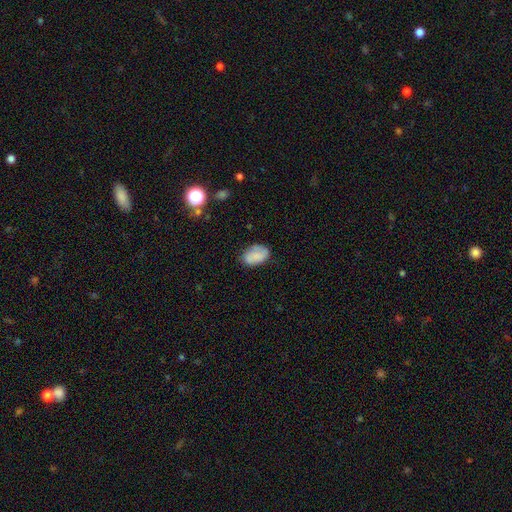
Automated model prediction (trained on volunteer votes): A smooth galaxy with no disk features (74%) that is in between round and cigar-shaped (89%).

Vote fractions:
- Smooth or featured? smooth: 74% / featured or disk: 17% / star or artifact: 9%
- How rounded? in between: 89% / round: 10% / cigar-shaped: 1%
- Merging? none: 68% / minor disturbance: 23% / major disturbance: 6% / merger: 2%